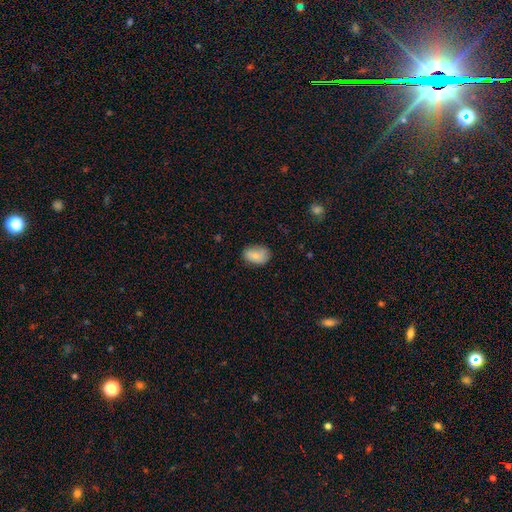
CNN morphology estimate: Smooth or featured: smooth — 79% (featured or disk — 13%)
How rounded: in between — 84% (round — 15%)
Merging: none — 69% (minor disturbance — 24%)